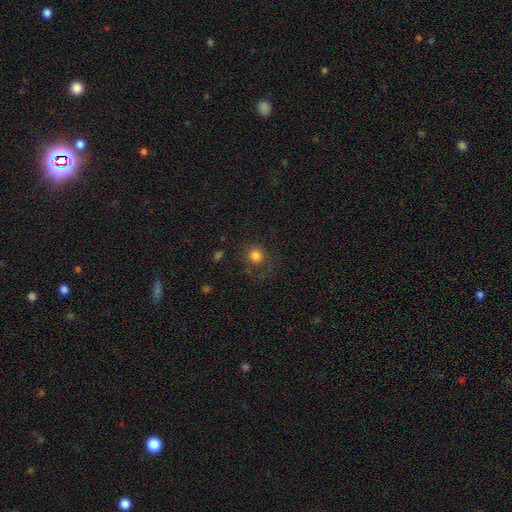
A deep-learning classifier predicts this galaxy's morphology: smooth-or-featured: smooth: 81% | star or artifact: 12% | featured or disk: 7%
  how-rounded: round: 90% | in between: 9% | cigar-shaped: 1%
  merging: none: 71% | minor disturbance: 15% | major disturbance: 12% | merger: 2%